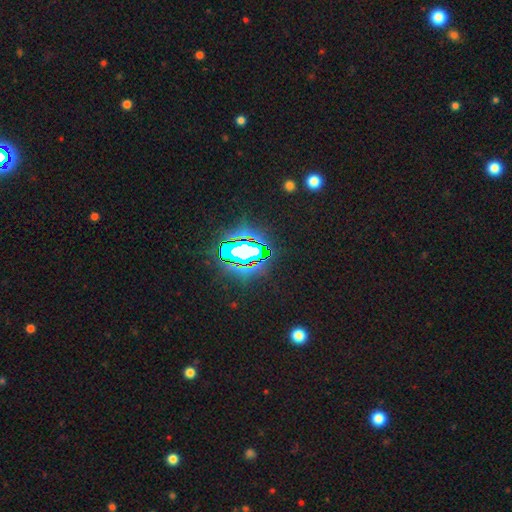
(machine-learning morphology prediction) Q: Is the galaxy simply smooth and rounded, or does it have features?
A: star or artifact — 76%.